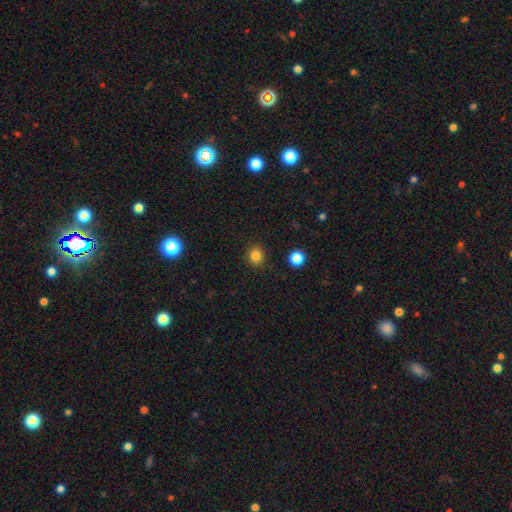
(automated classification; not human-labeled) smooth_or_featured: smooth (p=0.83) [alt: star or artifact p=0.12]
how_rounded: round (p=0.83) [alt: in between p=0.16]
merging: none (p=0.90) [alt: minor disturbance p=0.07]